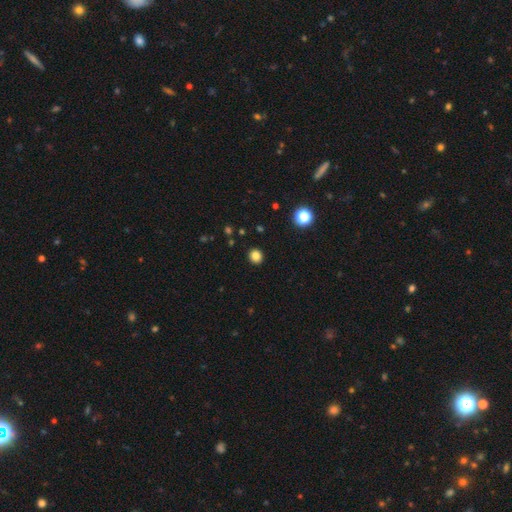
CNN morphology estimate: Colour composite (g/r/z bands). It shows a smooth galaxy with no disk features (83%) that is round (87%). Merging: none (92%).